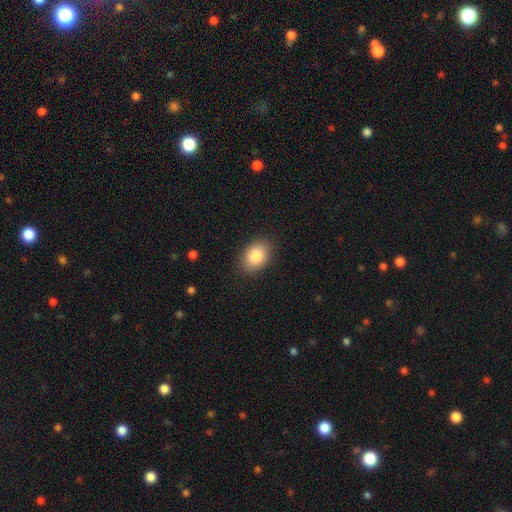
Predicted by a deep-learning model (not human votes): Overall: smooth (87%). How rounded: in between (80%). Merging: none (86%).